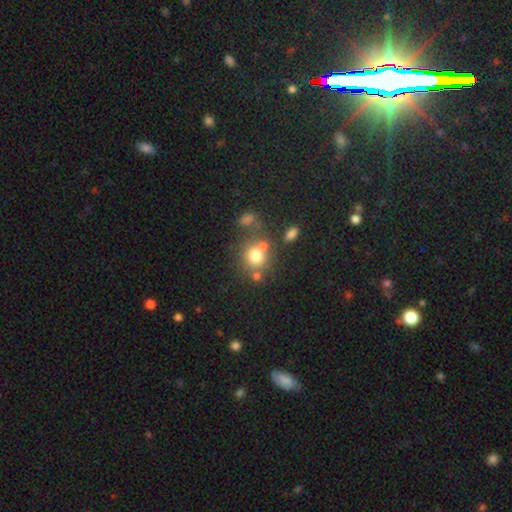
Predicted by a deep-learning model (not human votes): Smooth or featured? smooth (74%)
How rounded? round (80%)
Merging? none (54%)